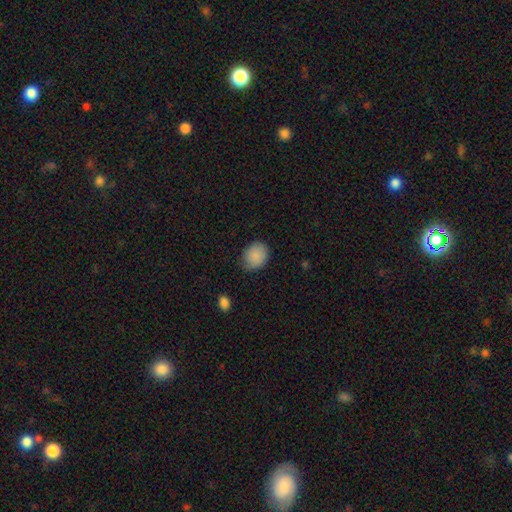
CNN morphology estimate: smooth 87%, star or artifact 8%, featured or disk 5%. Down the decision tree: how rounded — in between (53%); merging — none (75%).